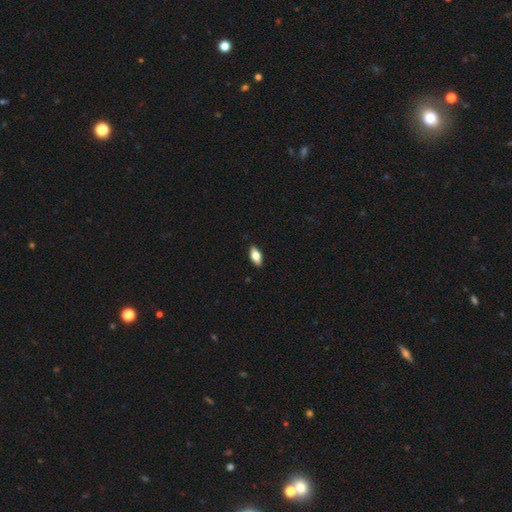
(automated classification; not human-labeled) Smooth or featured: smooth — 69% (featured or disk — 24%)
How rounded: in between — 83% (cigar-shaped — 14%)
Merging: none — 89% (minor disturbance — 8%)